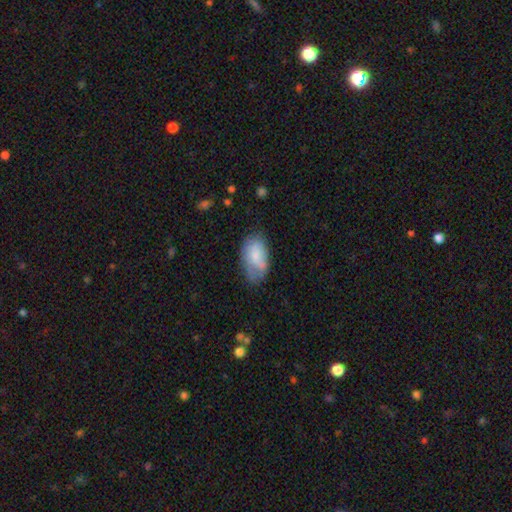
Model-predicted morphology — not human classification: smooth-or-featured: smooth: 67% | featured or disk: 26% | star or artifact: 7%
  how-rounded: in between: 93% | round: 5% | cigar-shaped: 2%
  merging: none: 50% | minor disturbance: 34% | major disturbance: 14% | merger: 3%